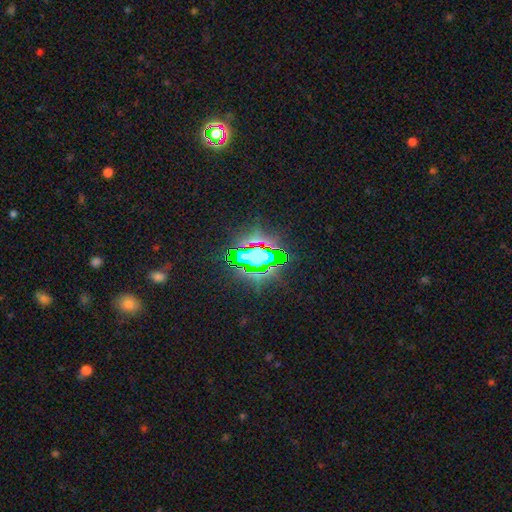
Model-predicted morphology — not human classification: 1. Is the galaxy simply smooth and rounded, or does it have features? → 73% star or artifact, 16% smooth, 11% featured or disk.